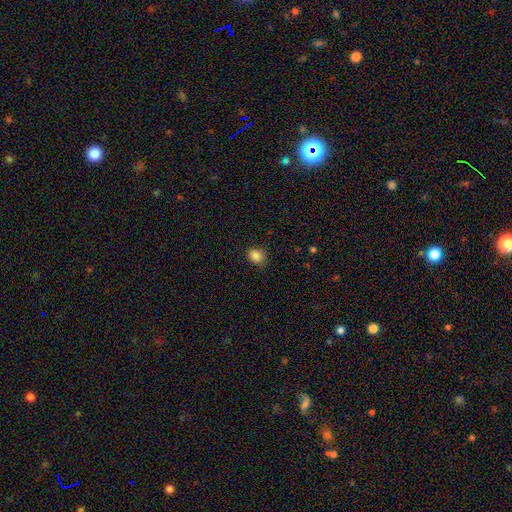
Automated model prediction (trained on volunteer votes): smooth 85%, star or artifact 11%, featured or disk 3%. Down the decision tree: how rounded — round (72%); merging — none (82%).